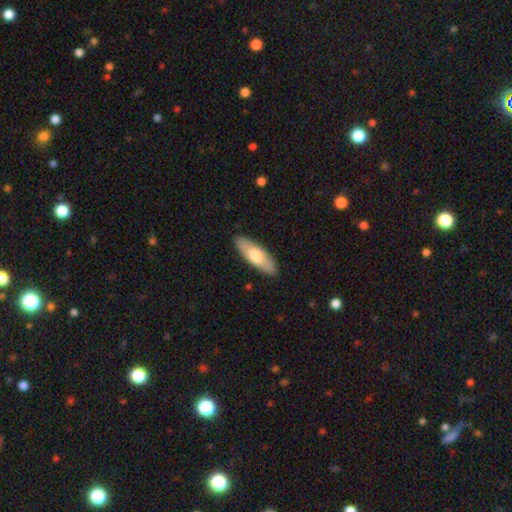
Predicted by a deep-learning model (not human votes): A smooth galaxy with no disk features (65%) that is in between round and cigar-shaped (55%).

Vote fractions:
- Smooth or featured? smooth: 65% / featured or disk: 30% / star or artifact: 5%
- How rounded? in between: 55% / cigar-shaped: 43% / round: 2%
- Merging? none: 88% / minor disturbance: 9% / major disturbance: 2% / merger: 1%